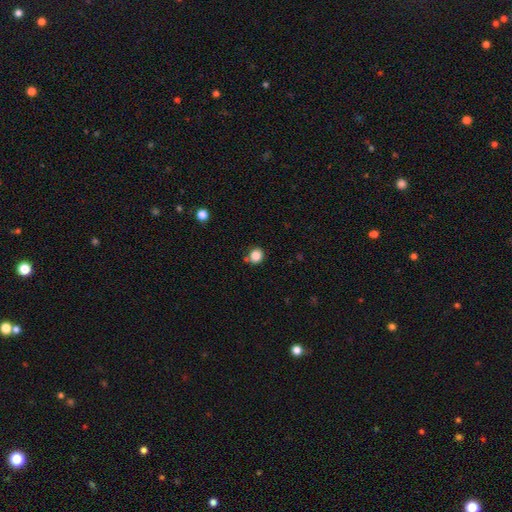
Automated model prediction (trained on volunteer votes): This is clearly a smooth galaxy (85%). How rounded: clearly round (83%). Merging: likely none (75%).